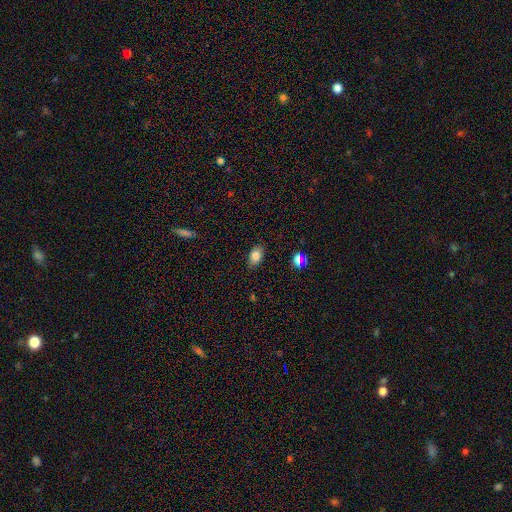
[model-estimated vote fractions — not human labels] The model was most divided on "smooth or featured": smooth: 81%, star or artifact: 10%, featured or disk: 9%. More confident: how rounded — in between (87%); merging — none (86%).